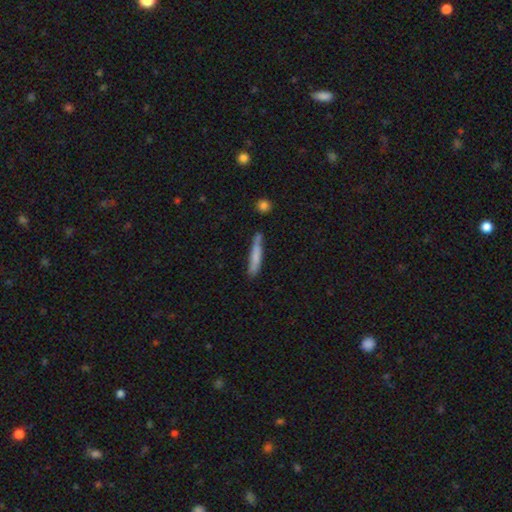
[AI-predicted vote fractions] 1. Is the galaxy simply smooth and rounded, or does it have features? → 72% smooth, 22% featured or disk, 6% star or artifact.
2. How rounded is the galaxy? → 92% cigar-shaped, 7% in between, 1% round.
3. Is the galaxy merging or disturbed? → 69% none, 20% minor disturbance, 7% merger, 4% major disturbance.